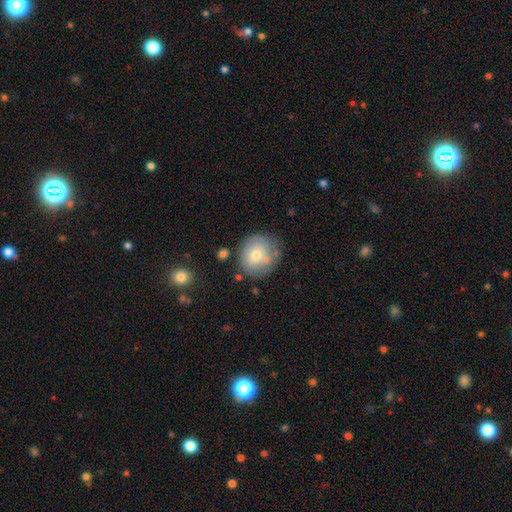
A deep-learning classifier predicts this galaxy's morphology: smooth-or-featured: smooth: 71% | featured or disk: 21% | star or artifact: 8%
  how-rounded: round: 79% | in between: 20% | cigar-shaped: 1%
  merging: none: 68% | minor disturbance: 19% | merger: 7% | major disturbance: 6%